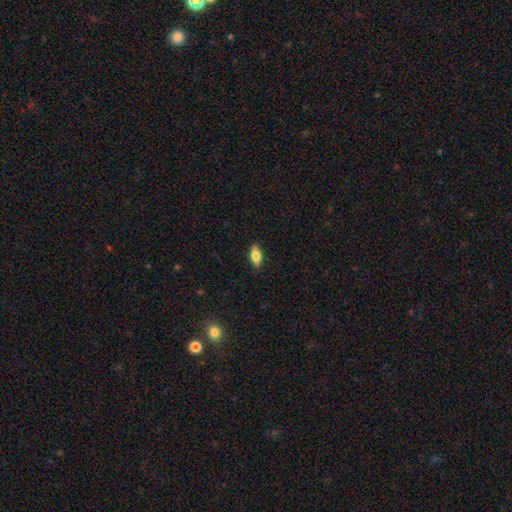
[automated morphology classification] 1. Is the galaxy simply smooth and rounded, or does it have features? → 76% smooth, 17% featured or disk, 7% star or artifact.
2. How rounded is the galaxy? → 84% in between, 13% cigar-shaped, 3% round.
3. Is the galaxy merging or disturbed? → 87% none, 10% minor disturbance, 2% major disturbance, 1% merger.